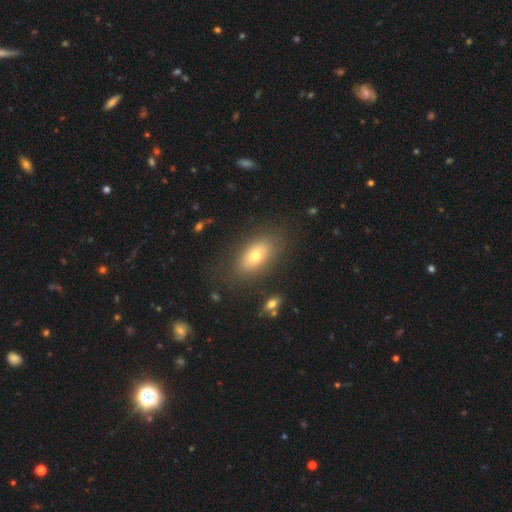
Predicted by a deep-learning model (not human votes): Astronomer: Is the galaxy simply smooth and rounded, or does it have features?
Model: smooth — 69%.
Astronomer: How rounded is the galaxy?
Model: in between — 87%.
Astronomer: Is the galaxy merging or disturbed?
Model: none — 81%.